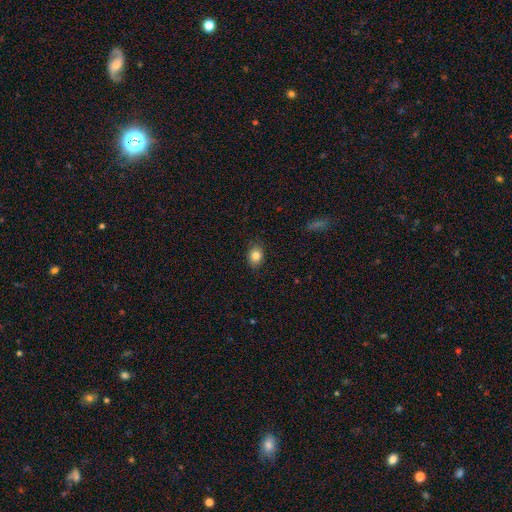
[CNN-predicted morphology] smooth 83%, star or artifact 10%, featured or disk 7%. Down the decision tree: how rounded — in between (54%); merging — none (85%).